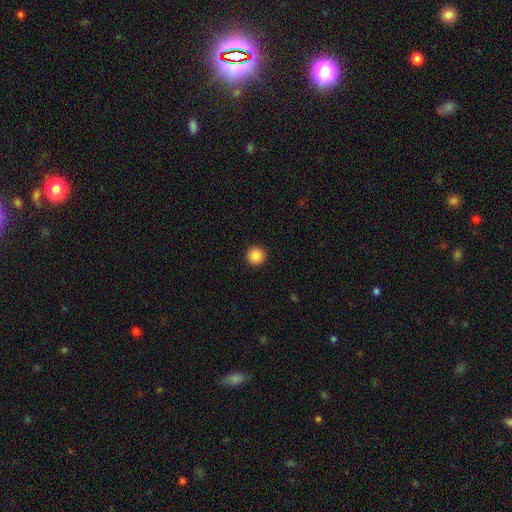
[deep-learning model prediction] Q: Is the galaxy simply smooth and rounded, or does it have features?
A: smooth — 88%.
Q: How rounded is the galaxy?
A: round — 96%.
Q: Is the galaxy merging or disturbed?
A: none — 94%.